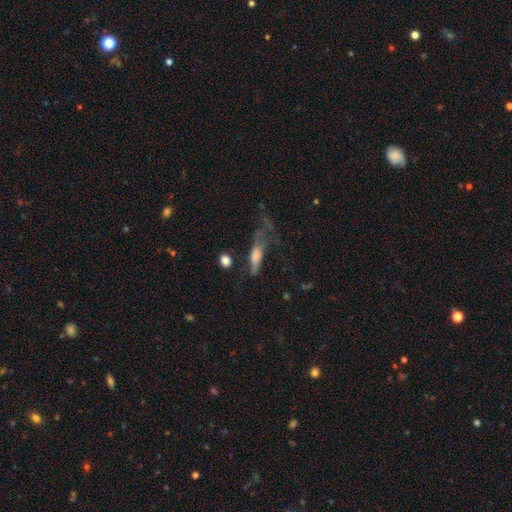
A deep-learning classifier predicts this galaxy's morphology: This appears to be a smooth galaxy with no disk features (45%). Merging: major disturbance (43%).